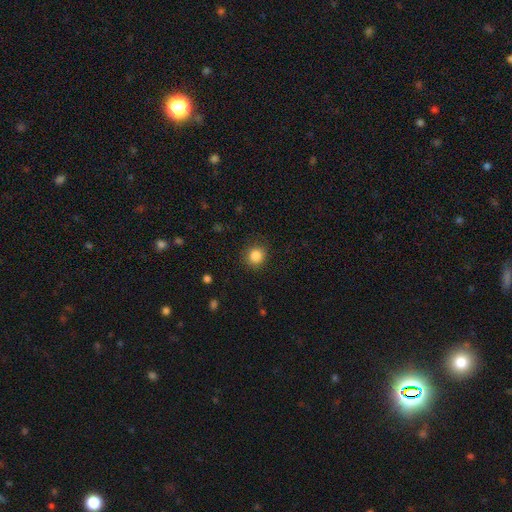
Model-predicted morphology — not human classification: smooth 85%, star or artifact 10%, featured or disk 4%. Down the decision tree: how rounded — round (87%); merging — none (85%).